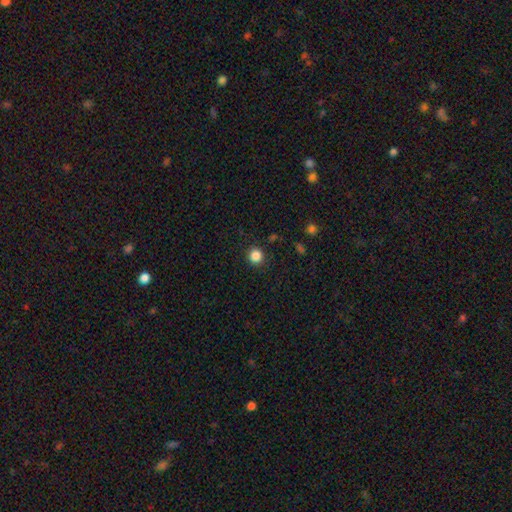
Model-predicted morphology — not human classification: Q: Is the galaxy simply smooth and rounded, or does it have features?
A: smooth — 85%.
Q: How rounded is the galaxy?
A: round — 92%.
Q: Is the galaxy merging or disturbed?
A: none — 91%.